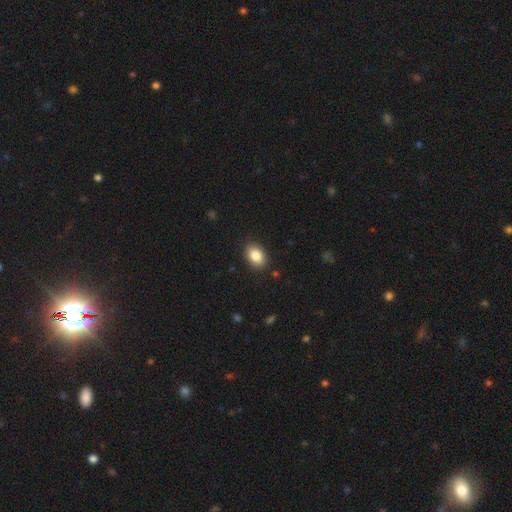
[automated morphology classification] smooth 86%, star or artifact 8%, featured or disk 6%. Down the decision tree: how rounded — in between (84%); merging — none (88%).